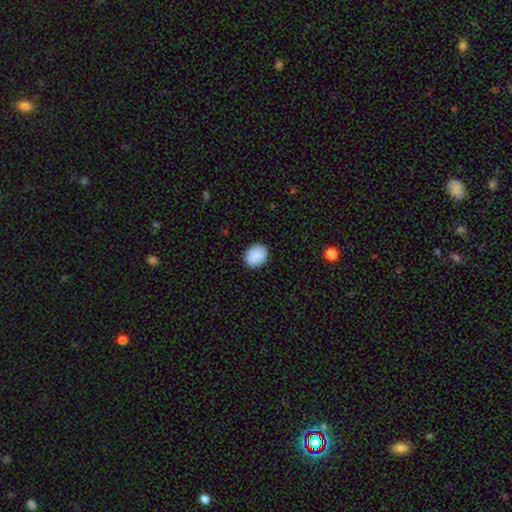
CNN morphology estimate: A smooth galaxy with no disk features (89%) that is round (58%). Merging: none (89%).